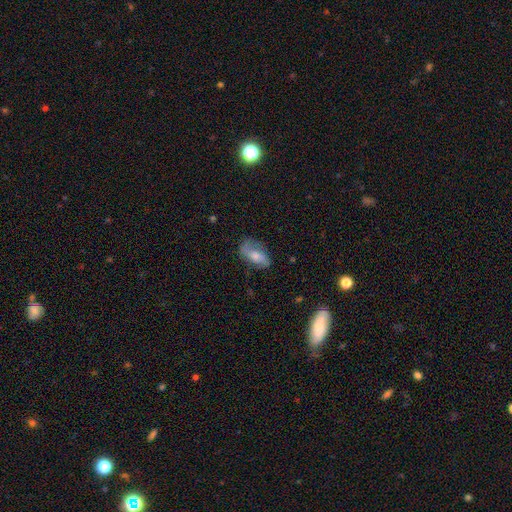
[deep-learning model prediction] smooth 47%, featured or disk 46%, star or artifact 8%. Down the decision tree: merging — none (59%).